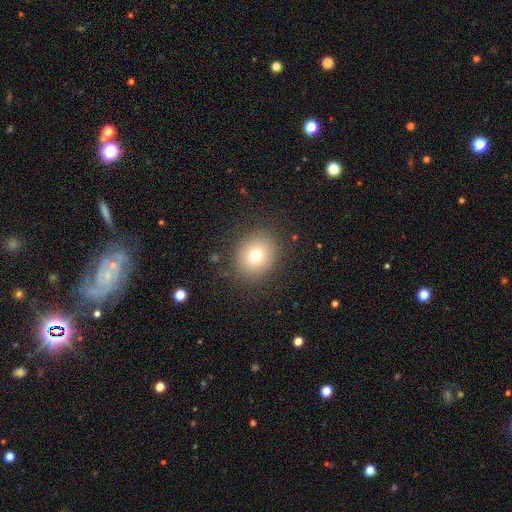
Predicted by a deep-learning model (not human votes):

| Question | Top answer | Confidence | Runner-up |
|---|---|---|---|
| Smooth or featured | smooth | 74% | star or artifact (14%) |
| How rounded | round | 71% | in between (29%) |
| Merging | none | 86% | minor disturbance (9%) |